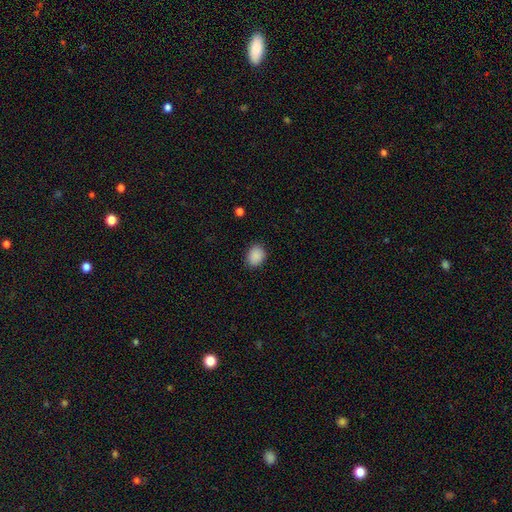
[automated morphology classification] A smooth galaxy with no disk features (89%) that is in between round and cigar-shaped (55%).

Vote fractions:
- Smooth or featured? smooth: 89% / star or artifact: 8% / featured or disk: 3%
- How rounded? in between: 55% / round: 44% / cigar-shaped: 1%
- Merging? none: 86% / minor disturbance: 11% / major disturbance: 3% / merger: 1%